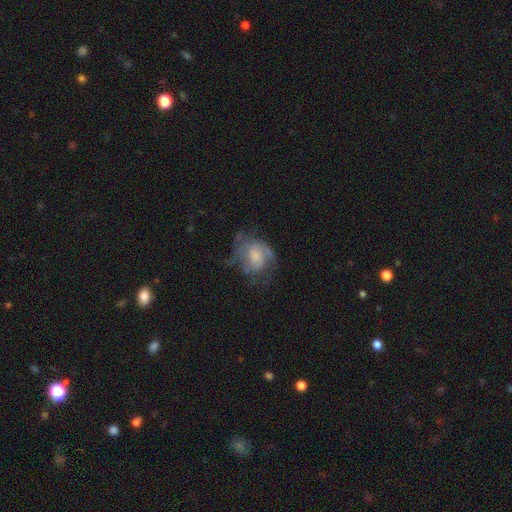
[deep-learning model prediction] Morphology: type=featured or disk (62%); edge-on=no (97%); bar=no (70%); spiral arms=yes (75%); bulge=moderate (38%); merging=none (46%).